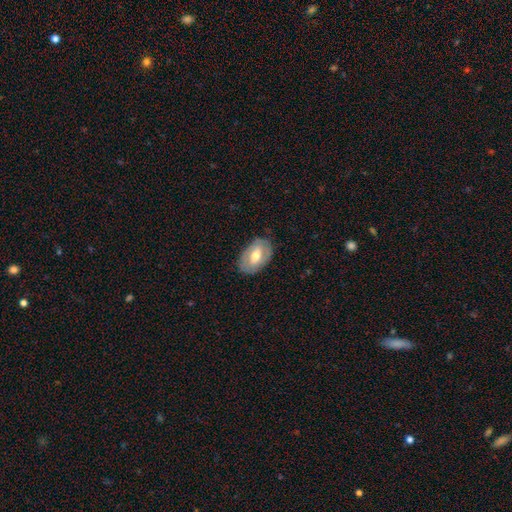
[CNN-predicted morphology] A smooth galaxy with no disk features (50%). Merging: none (81%).